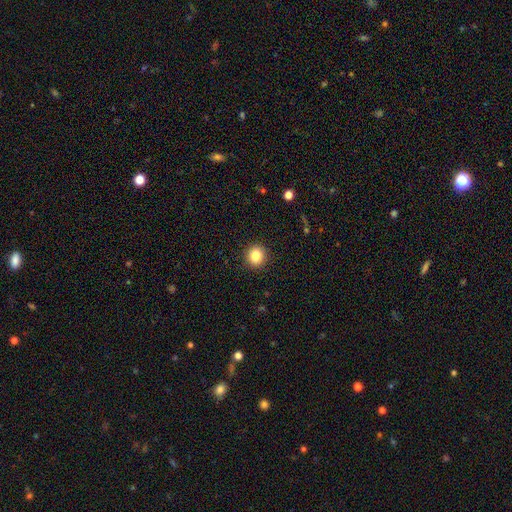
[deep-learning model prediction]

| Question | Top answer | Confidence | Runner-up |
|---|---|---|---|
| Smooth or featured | smooth | 85% | star or artifact (10%) |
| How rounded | round | 88% | in between (11%) |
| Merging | none | 91% | minor disturbance (6%) |